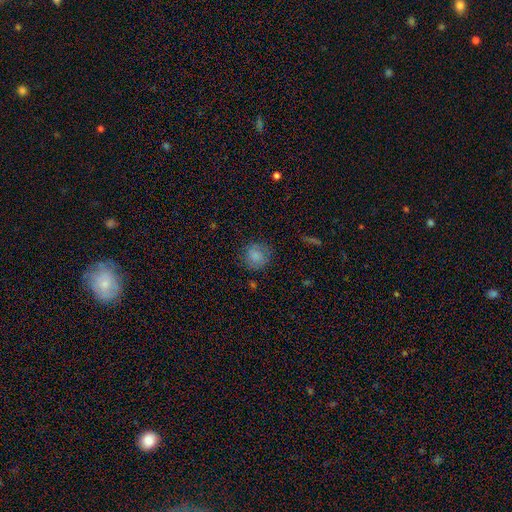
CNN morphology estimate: This appears to be a smooth galaxy with no disk features (79%) that is round (88%). Merging: none (77%).